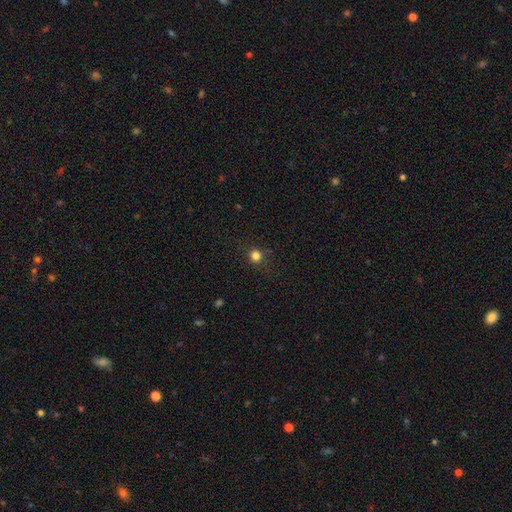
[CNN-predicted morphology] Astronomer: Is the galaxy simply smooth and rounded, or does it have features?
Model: smooth — 79%.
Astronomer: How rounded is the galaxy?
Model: round — 86%.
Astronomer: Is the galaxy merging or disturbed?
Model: none — 83%.